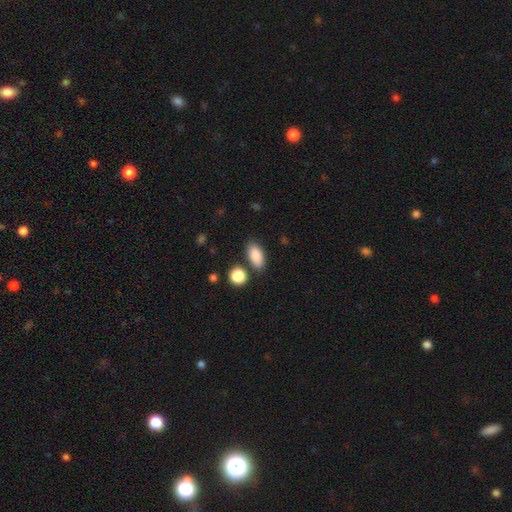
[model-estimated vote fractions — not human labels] Smooth or featured: smooth — 87% (star or artifact — 7%)
How rounded: in between — 88% (cigar-shaped — 7%)
Merging: none — 78% (minor disturbance — 12%)